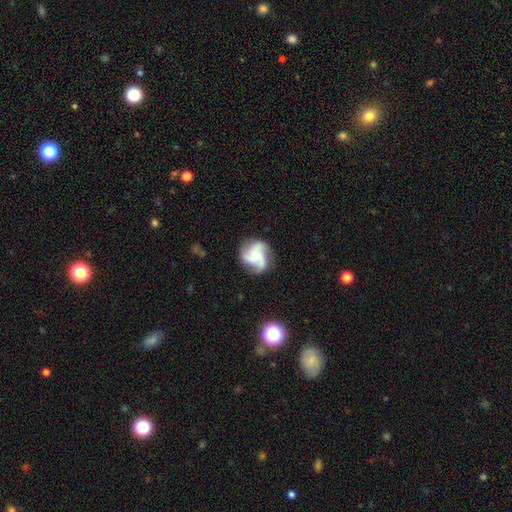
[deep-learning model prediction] featured or disk 71%, smooth 20%, star or artifact 9%. Down the decision tree: edge-on disk — no (98%); bar — no (73%); spiral arms — yes (94%); spiral arm count — 3 (65%); spiral winding — medium (43%); bulge size — none (45%); merging — none (70%).